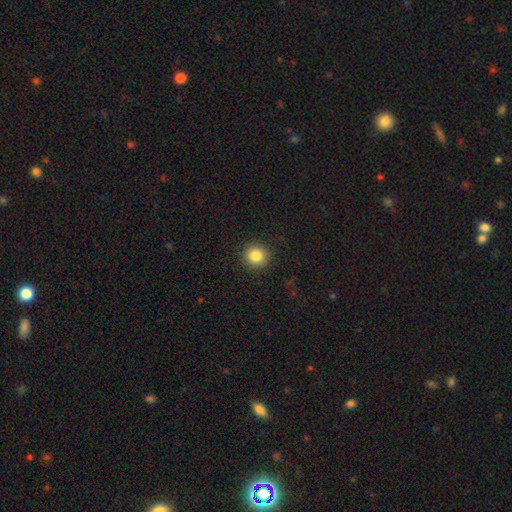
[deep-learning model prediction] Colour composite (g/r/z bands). It shows a smooth galaxy with no disk features (84%) that is round (92%). Merging: none (92%).